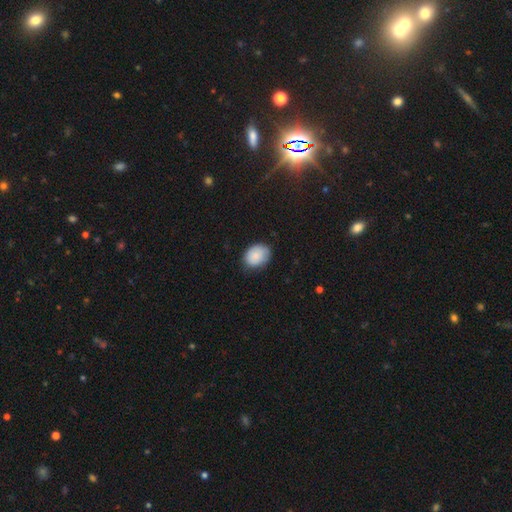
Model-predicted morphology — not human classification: Overall: smooth (86%). How rounded: in between (64%; round 35%). Merging: none (74%).